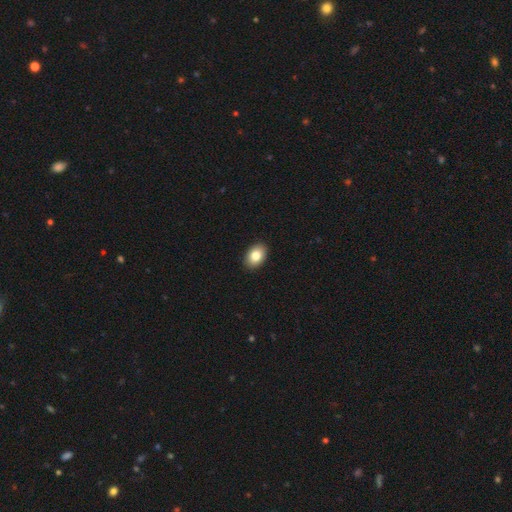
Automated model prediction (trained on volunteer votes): A smooth galaxy with no disk features (83%) that is in between round and cigar-shaped (84%). Merging: none (91%).